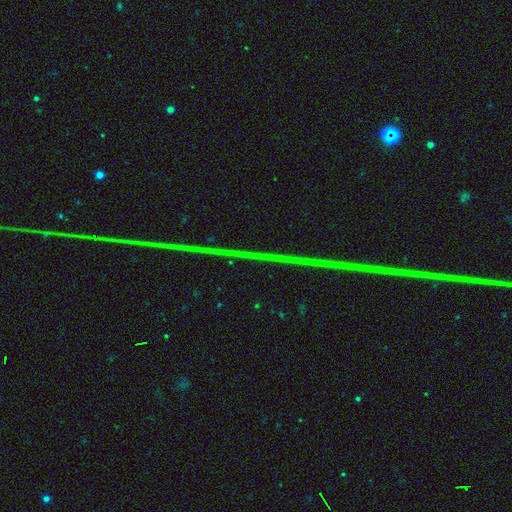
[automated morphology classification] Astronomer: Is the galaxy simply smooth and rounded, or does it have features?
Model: star or artifact — 87%.